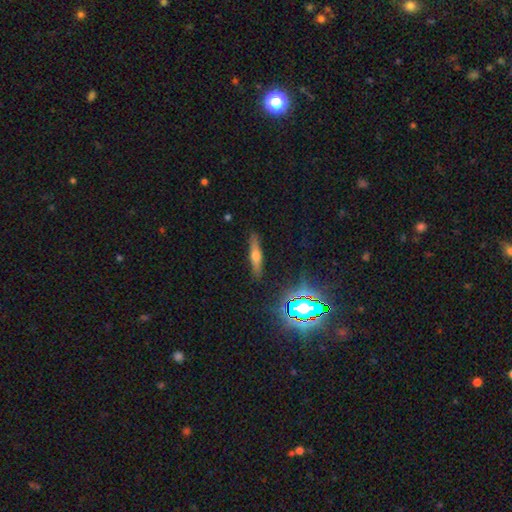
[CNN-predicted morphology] Q: Smooth or featured?
A: featured or disk (46%); runner-up: smooth (41%)
Q: Merging?
A: none (88%); runner-up: minor disturbance (8%)